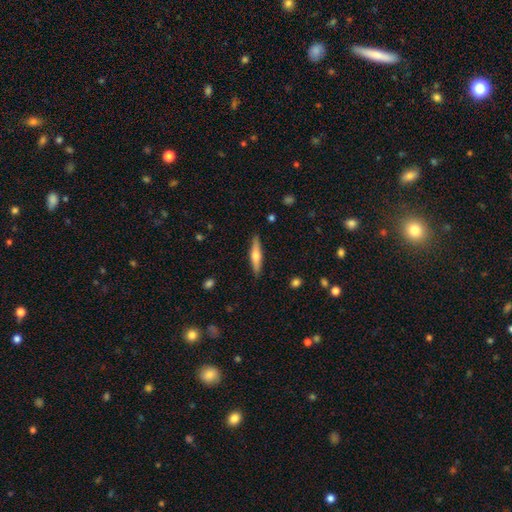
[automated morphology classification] This is possibly a smooth galaxy (51%). How rounded: clearly cigar-shaped (82%). Merging: clearly none (88%).